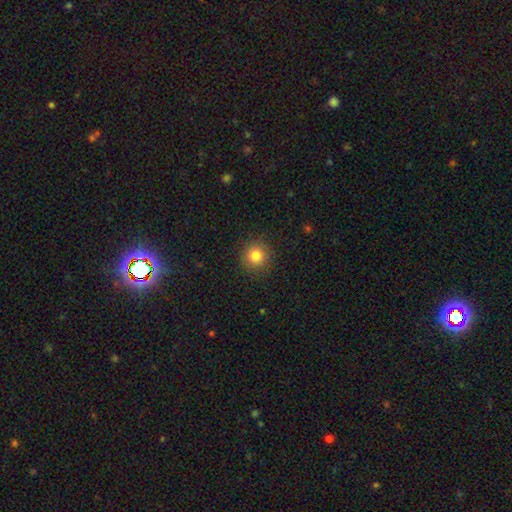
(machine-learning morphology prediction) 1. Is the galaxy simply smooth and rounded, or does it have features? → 83% smooth, 12% star or artifact, 6% featured or disk.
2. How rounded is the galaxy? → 94% round, 5% in between, 1% cigar-shaped.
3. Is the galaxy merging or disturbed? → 90% none, 6% minor disturbance, 2% major disturbance, 1% merger.